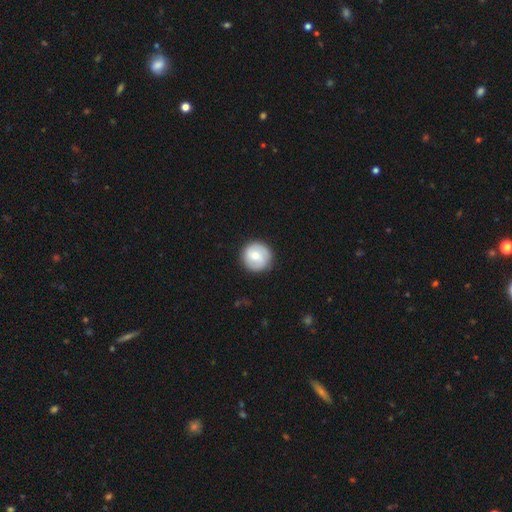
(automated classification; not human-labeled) smooth-or-featured: smooth: 62% | featured or disk: 32% | star or artifact: 6%
  how-rounded: round: 94% | in between: 5% | cigar-shaped: 1%
  merging: none: 87% | minor disturbance: 10% | major disturbance: 3% | merger: 1%